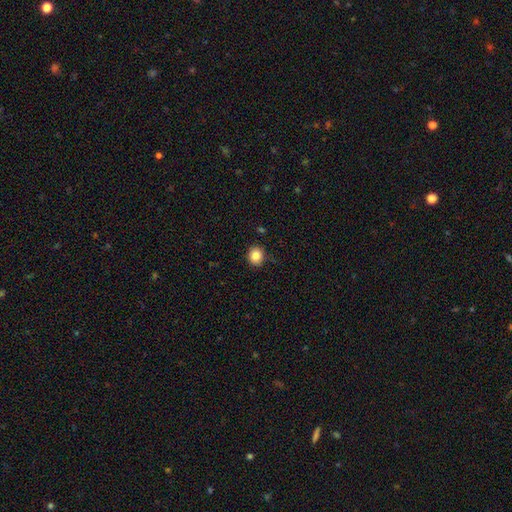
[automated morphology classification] Smooth or featured? Predicted: smooth (p=0.83). How rounded? Predicted: round (p=0.79). Merging? Predicted: none (p=0.88).